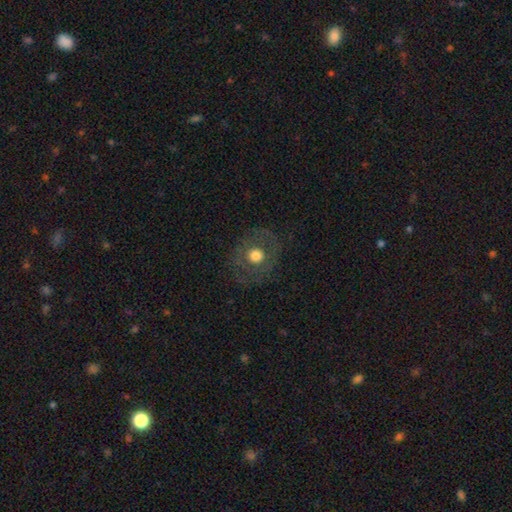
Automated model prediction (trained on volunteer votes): Smooth or featured: smooth — 57% (featured or disk — 33%)
How rounded: round — 87% (in between — 12%)
Merging: none — 80% (minor disturbance — 11%)